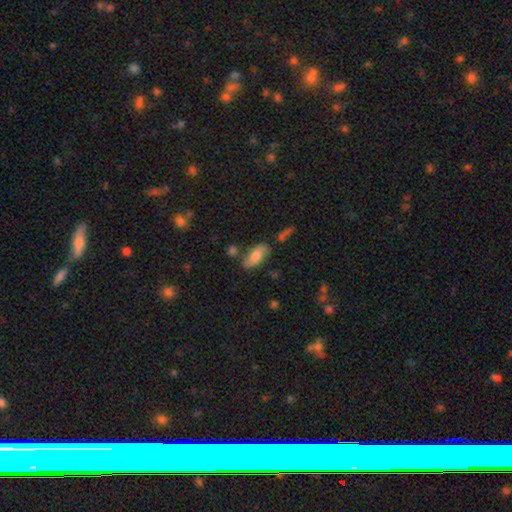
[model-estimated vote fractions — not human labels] Smooth or featured: smooth — 53% (featured or disk — 38%)
How rounded: in between — 83% (cigar-shaped — 13%)
Merging: none — 65% (minor disturbance — 20%)